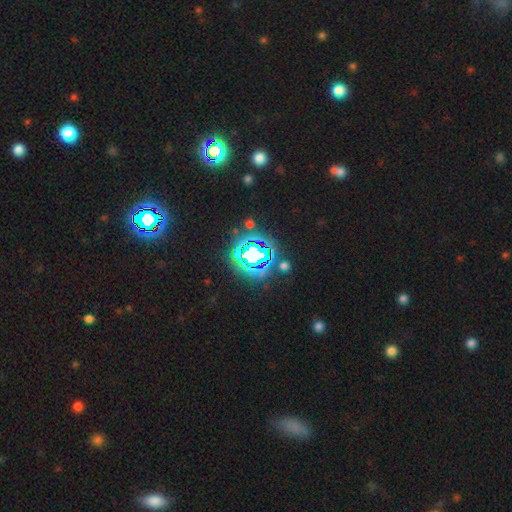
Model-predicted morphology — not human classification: A star or artifact, not a galaxy (72%).

Vote fractions:
- Smooth or featured? star or artifact: 72% / smooth: 15% / featured or disk: 13%